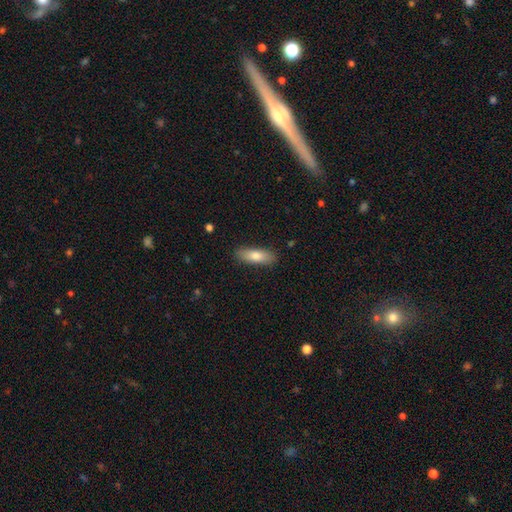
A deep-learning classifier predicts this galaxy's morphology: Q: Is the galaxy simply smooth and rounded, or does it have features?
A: smooth — 75%.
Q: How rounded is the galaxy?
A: in between — 52%.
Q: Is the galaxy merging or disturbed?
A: none — 88%.